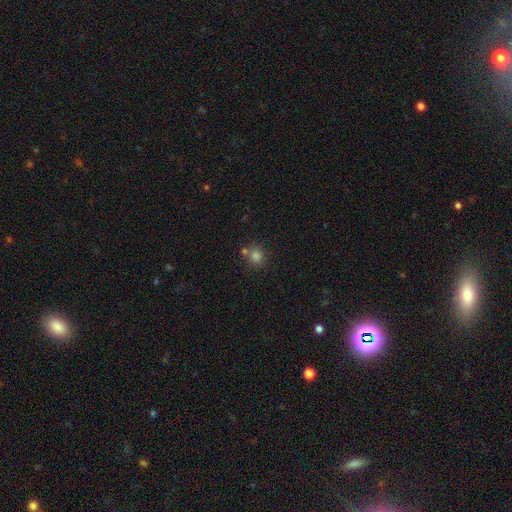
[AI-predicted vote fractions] This appears to be a smooth galaxy with no disk features (79%) that is round (87%). Merging: none (71%).